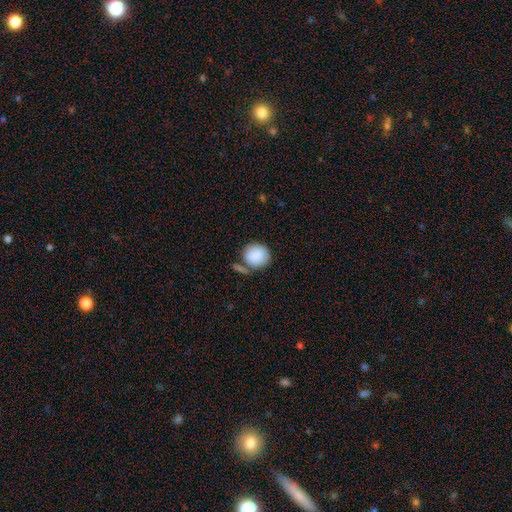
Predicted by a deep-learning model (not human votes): Smooth or featured?
  - smooth: 87% *
  - star or artifact: 7%
  - featured or disk: 6%
How rounded?
  - round: 81% *
  - in between: 18%
  - cigar-shaped: 1%
Merging?
  - none: 59% *
  - minor disturbance: 18%
  - merger: 16%
  - major disturbance: 7%